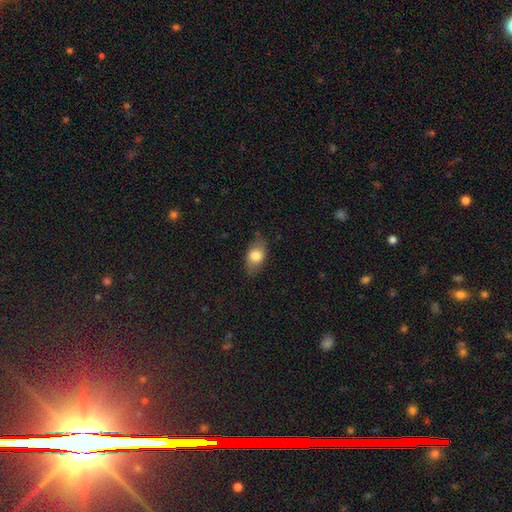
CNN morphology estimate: type=smooth (76%); roundness=in between (84%); merging=none (77%).